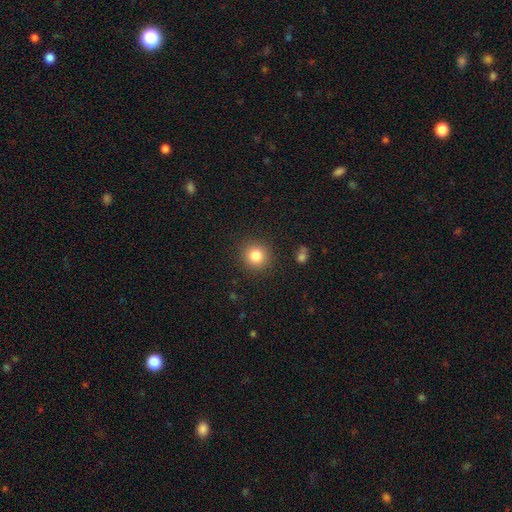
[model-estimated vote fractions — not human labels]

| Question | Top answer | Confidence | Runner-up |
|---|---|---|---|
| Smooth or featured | smooth | 82% | star or artifact (11%) |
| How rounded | round | 92% | in between (7%) |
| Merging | none | 89% | minor disturbance (7%) |